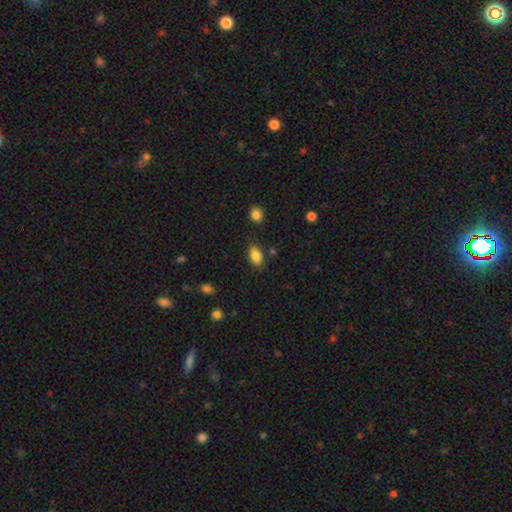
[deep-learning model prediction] smooth_or_featured: smooth (p=0.86) [alt: star or artifact p=0.09]
how_rounded: in between (p=0.89) [alt: round p=0.08]
merging: none (p=0.82) [alt: minor disturbance p=0.12]